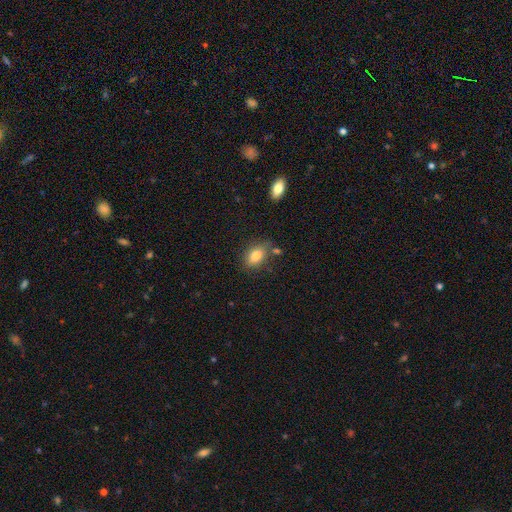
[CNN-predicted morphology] Smooth or featured?
  - smooth: 83% *
  - featured or disk: 9%
  - star or artifact: 8%
How rounded?
  - in between: 85% *
  - round: 13%
  - cigar-shaped: 2%
Merging?
  - none: 73% *
  - minor disturbance: 16%
  - merger: 7%
  - major disturbance: 4%